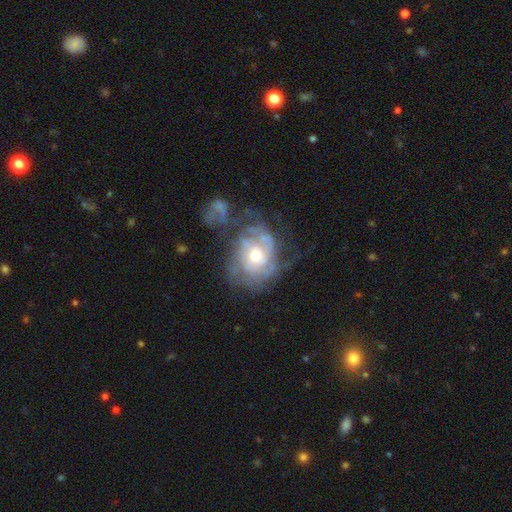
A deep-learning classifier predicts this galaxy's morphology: Smooth or featured? Predicted: featured or disk (p=0.75). Edge-on disk? Predicted: no (p=0.97). Bar? Predicted: no (p=0.79). Spiral arms? Predicted: yes (p=0.71). Spiral winding? Predicted: tight (p=0.56). Spiral arm count? Predicted: can't tell (p=0.56). Bulge size? Predicted: moderate (p=0.64). Merging? Predicted: none (p=0.34).